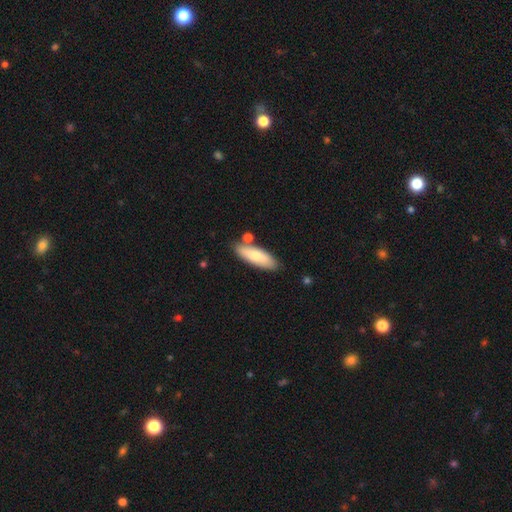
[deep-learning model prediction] Smooth or featured?
  - smooth: 74% *
  - featured or disk: 20%
  - star or artifact: 6%
How rounded?
  - in between: 52% *
  - cigar-shaped: 46%
  - round: 2%
Merging?
  - none: 77% *
  - minor disturbance: 12%
  - merger: 8%
  - major disturbance: 3%